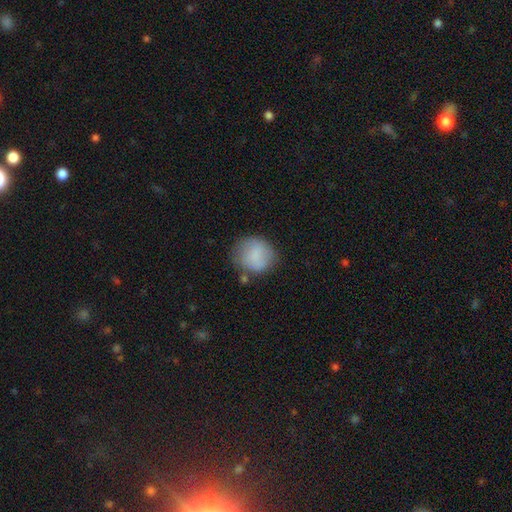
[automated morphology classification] type=smooth (81%); roundness=round (80%); merging=none (65%).